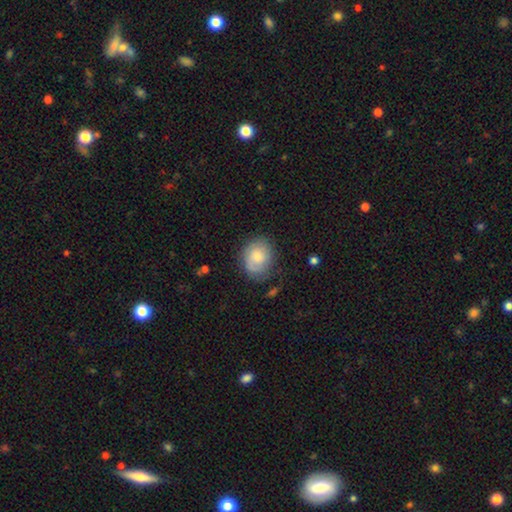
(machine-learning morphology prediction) A smooth galaxy with no disk features (62%) that is round (57%).

Vote fractions:
- Smooth or featured? smooth: 62% / featured or disk: 30% / star or artifact: 8%
- How rounded? round: 57% / in between: 42% / cigar-shaped: 1%
- Merging? none: 71% / minor disturbance: 20% / major disturbance: 7% / merger: 2%